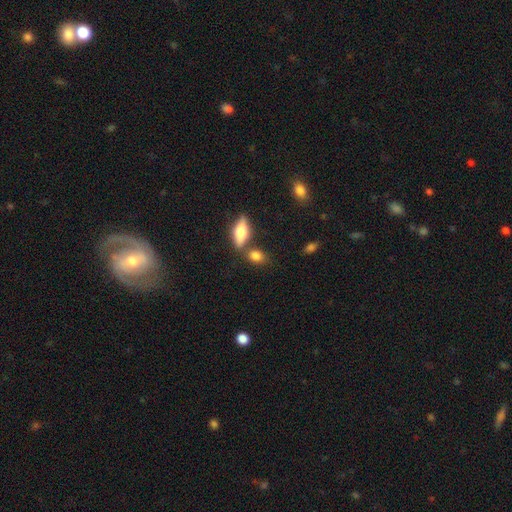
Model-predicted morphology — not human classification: The model was most divided on "merging": none: 63%, merger: 20%, minor disturbance: 13%, major disturbance: 4%. More confident: smooth or featured — smooth (81%); how rounded — in between (73%).